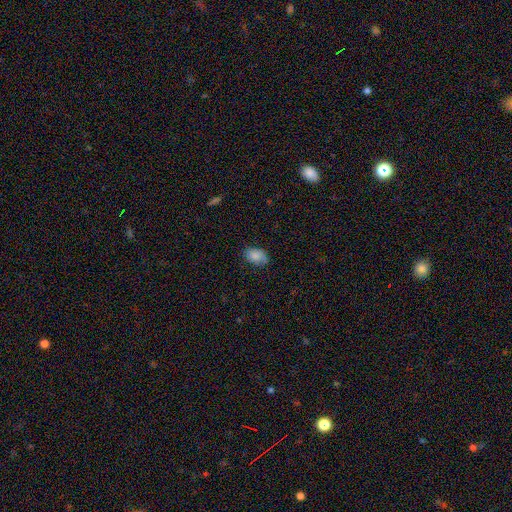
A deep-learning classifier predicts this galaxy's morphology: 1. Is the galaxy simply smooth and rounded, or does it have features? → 83% smooth, 9% featured or disk, 9% star or artifact.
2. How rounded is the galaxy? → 85% in between, 14% round, 1% cigar-shaped.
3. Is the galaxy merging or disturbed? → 68% none, 25% minor disturbance, 6% major disturbance, 1% merger.